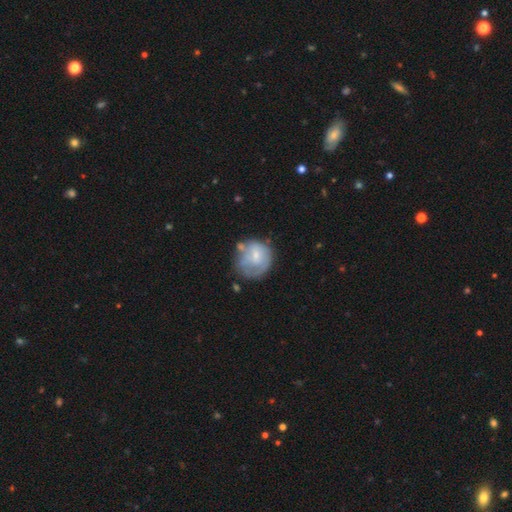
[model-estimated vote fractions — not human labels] Smooth or featured?
  - smooth: 50% *
  - featured or disk: 43%
  - star or artifact: 7%
How rounded?
  - round: 77% *
  - in between: 22%
  - cigar-shaped: 1%
Merging?
  - none: 40% *
  - minor disturbance: 28%
  - major disturbance: 21%
  - merger: 11%